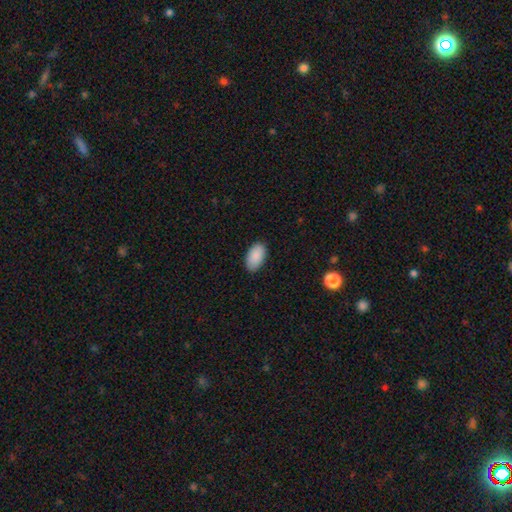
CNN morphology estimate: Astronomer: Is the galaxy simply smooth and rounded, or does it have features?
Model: smooth — 90%.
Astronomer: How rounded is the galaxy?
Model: in between — 95%.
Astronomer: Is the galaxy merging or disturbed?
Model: none — 87%.